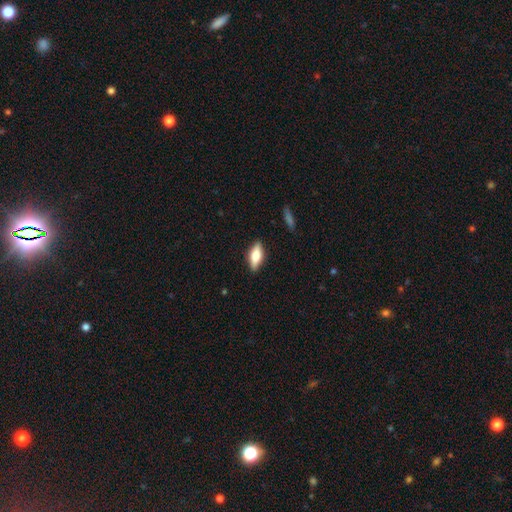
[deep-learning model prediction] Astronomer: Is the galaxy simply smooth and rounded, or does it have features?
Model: smooth — 62%.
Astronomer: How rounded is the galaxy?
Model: in between — 71%.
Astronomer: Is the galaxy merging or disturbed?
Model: none — 87%.